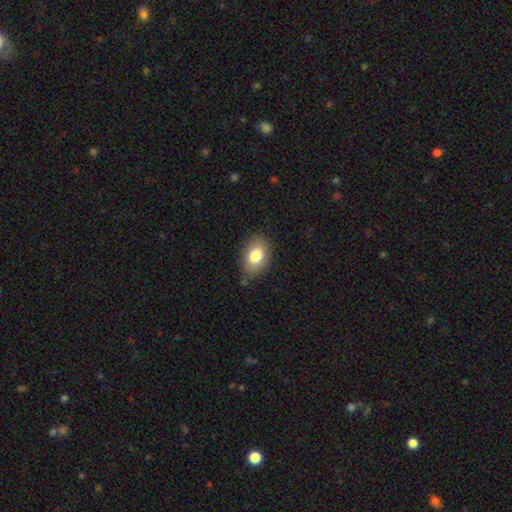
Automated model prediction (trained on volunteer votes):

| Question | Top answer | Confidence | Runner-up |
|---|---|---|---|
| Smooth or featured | smooth | 79% | featured or disk (13%) |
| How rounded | in between | 85% | round (14%) |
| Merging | none | 82% | minor disturbance (14%) |